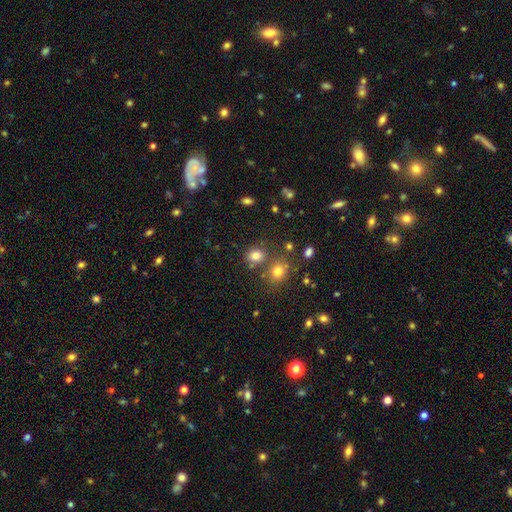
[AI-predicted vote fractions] smooth 77%, star or artifact 15%, featured or disk 7%. Down the decision tree: how rounded — round (62%); merging — none (68%).